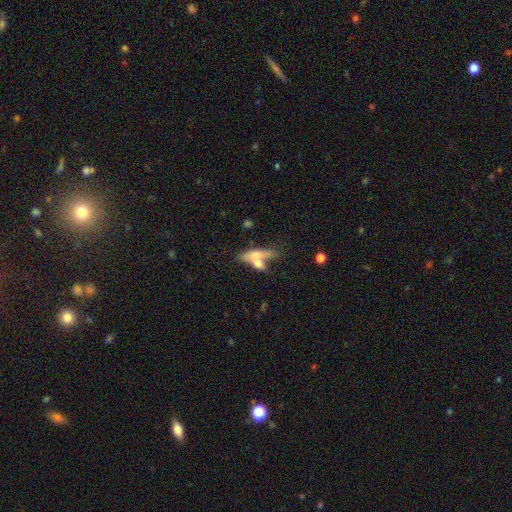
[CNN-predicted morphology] A smooth galaxy with no disk features (54%) that is cigar-shaped (62%).

Vote fractions:
- Smooth or featured? smooth: 54% / featured or disk: 38% / star or artifact: 7%
- How rounded? cigar-shaped: 62% / in between: 33% / round: 5%
- Merging? merger: 42% / none: 38% / minor disturbance: 13% / major disturbance: 7%